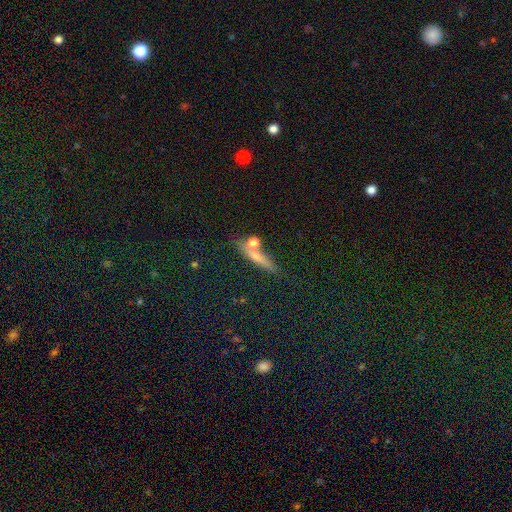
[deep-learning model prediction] smooth_or_featured: smooth (p=0.57) [alt: featured or disk p=0.26]
how_rounded: cigar-shaped (p=0.76) [alt: in between p=0.15]
merging: none (p=0.72) [alt: merger p=0.12]